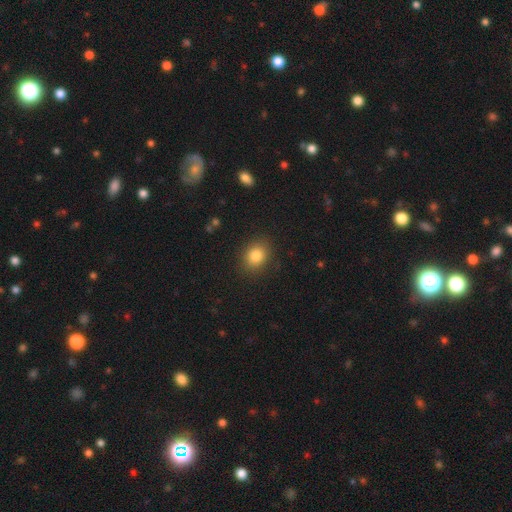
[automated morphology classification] This appears to be a smooth galaxy with no disk features (83%) that is round (51%). Merging: none (87%).